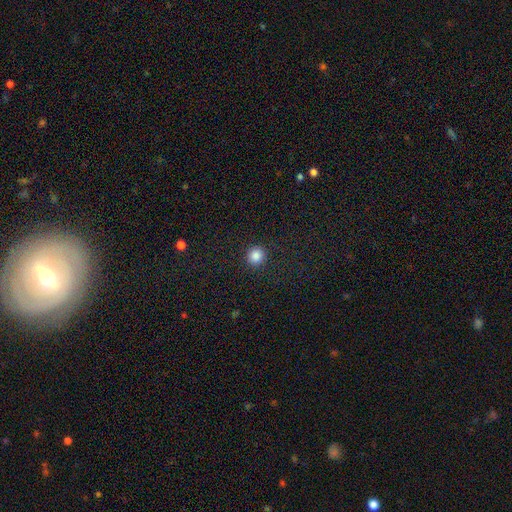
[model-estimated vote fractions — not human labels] Morphology: type=smooth (86%); roundness=round (92%); merging=none (91%).